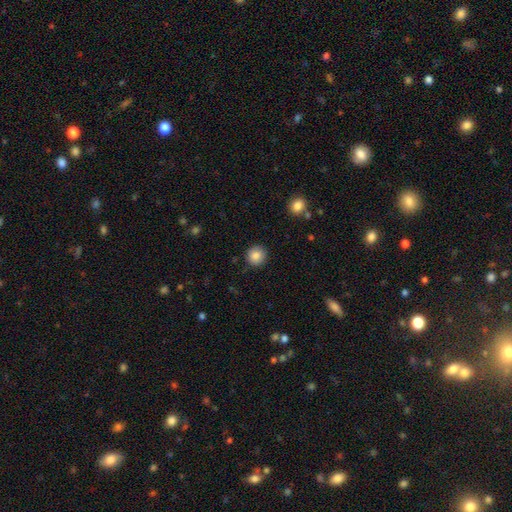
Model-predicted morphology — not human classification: Smooth or featured? smooth (86%)
How rounded? round (92%)
Merging? none (90%)